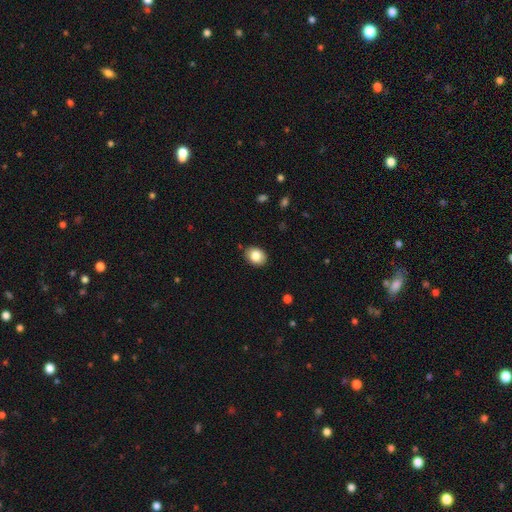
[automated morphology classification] The model was most divided on "how rounded": in between: 61%, round: 38%, cigar-shaped: 1%. More confident: merging — none (86%); smooth or featured — smooth (85%).